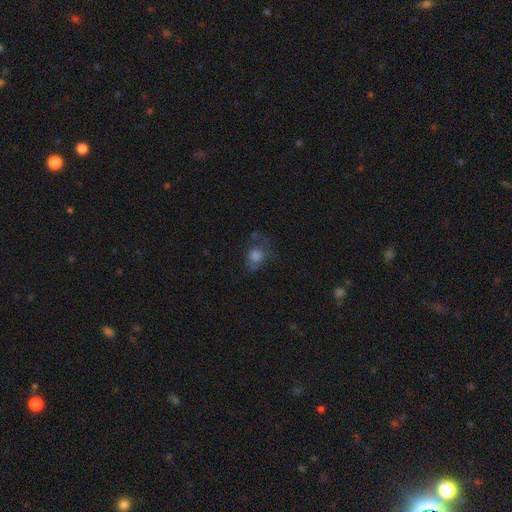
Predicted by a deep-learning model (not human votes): This appears to be a smooth galaxy with no disk features (62%) that is round (54%). Merging: none (47%).